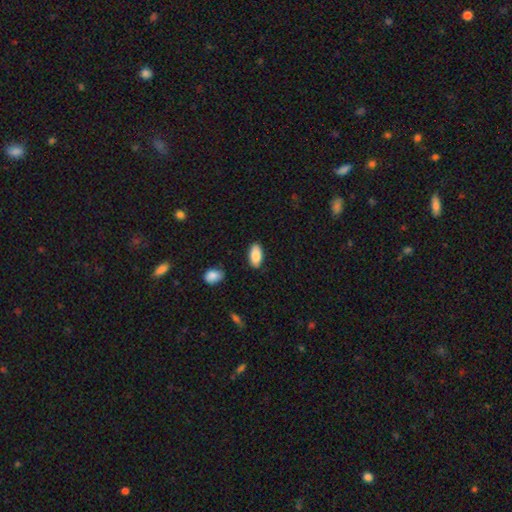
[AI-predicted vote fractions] A smooth galaxy with no disk features (86%) that is in between round and cigar-shaped (92%).

Vote fractions:
- Smooth or featured? smooth: 86% / featured or disk: 7% / star or artifact: 6%
- How rounded? in between: 92% / cigar-shaped: 5% / round: 2%
- Merging? none: 86% / minor disturbance: 10% / major disturbance: 2% / merger: 2%